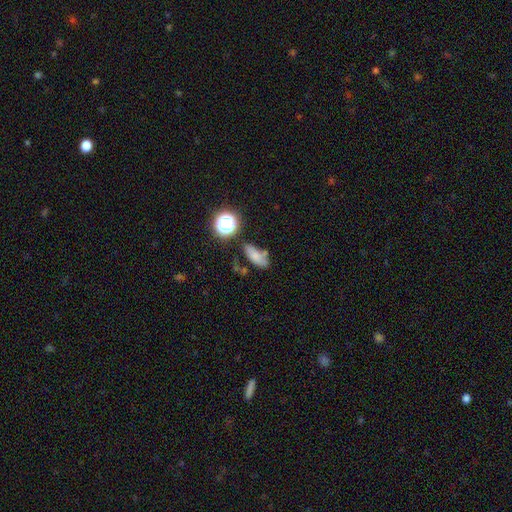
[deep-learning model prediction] smooth-or-featured: smooth: 72% | star or artifact: 15% | featured or disk: 13%
  how-rounded: in between: 73% | cigar-shaped: 16% | round: 11%
  merging: none: 61% | minor disturbance: 20% | merger: 11% | major disturbance: 7%